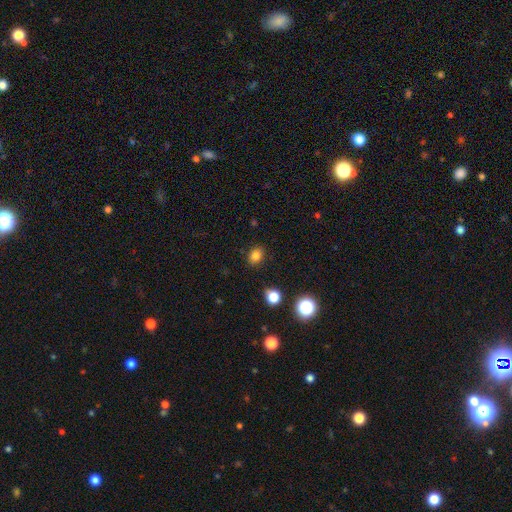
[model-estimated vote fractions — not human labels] This appears to be a smooth galaxy with no disk features (82%) that is in between round and cigar-shaped (62%). Merging: none (86%).